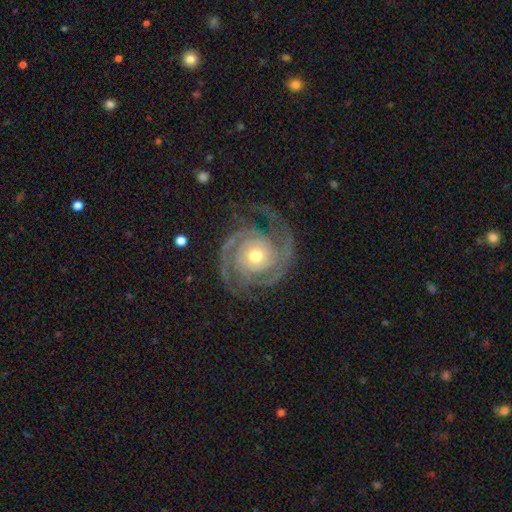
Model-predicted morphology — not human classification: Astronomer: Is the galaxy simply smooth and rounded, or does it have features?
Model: featured or disk — 92%.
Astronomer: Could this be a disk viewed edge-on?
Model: no — 98%.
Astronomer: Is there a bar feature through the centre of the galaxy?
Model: no — 77%.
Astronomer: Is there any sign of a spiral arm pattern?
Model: yes — 98%.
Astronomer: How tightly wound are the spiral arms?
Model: tight — 69%.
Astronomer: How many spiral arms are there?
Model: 2 — 34% (runner-up: 3, 27%).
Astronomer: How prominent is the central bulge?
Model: moderate — 63%.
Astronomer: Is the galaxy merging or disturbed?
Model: none — 75%.